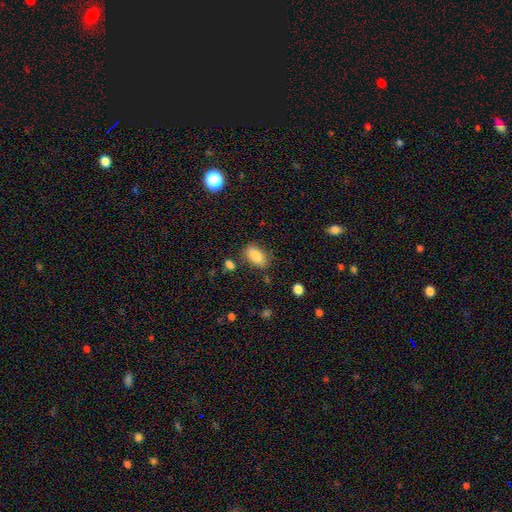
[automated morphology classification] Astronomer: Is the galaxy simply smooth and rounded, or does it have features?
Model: smooth — 87%.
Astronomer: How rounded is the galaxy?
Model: in between — 91%.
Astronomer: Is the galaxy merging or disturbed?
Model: none — 78%.